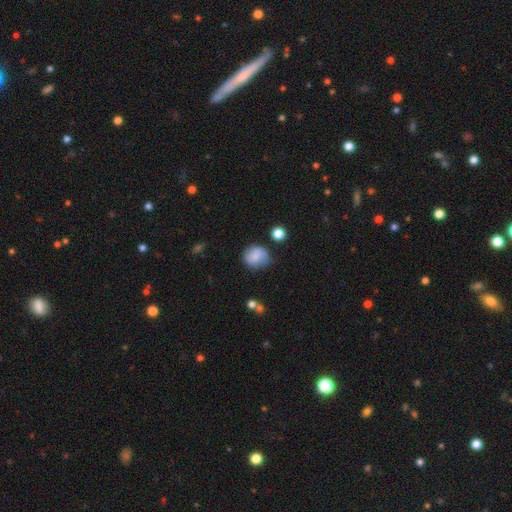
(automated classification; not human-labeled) A smooth galaxy with no disk features (74%) that is round (76%).

Vote fractions:
- Smooth or featured? smooth: 74% / featured or disk: 17% / star or artifact: 9%
- How rounded? round: 76% / in between: 23% / cigar-shaped: 1%
- Merging? none: 66% / minor disturbance: 24% / major disturbance: 7% / merger: 3%